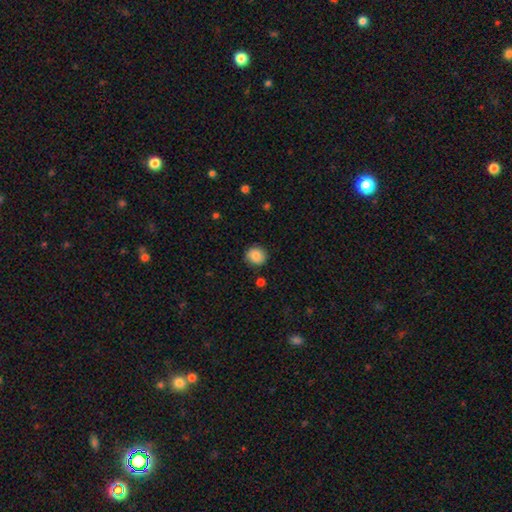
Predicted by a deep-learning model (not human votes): Morphology: type=smooth (85%); roundness=round (85%); merging=none (85%).